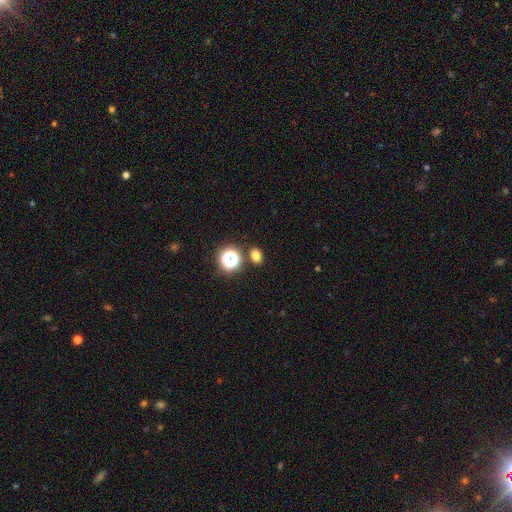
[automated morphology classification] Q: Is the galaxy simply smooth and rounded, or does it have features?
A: smooth — 75%.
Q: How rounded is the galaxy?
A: in between — 57%.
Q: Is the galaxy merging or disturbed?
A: none — 83%.